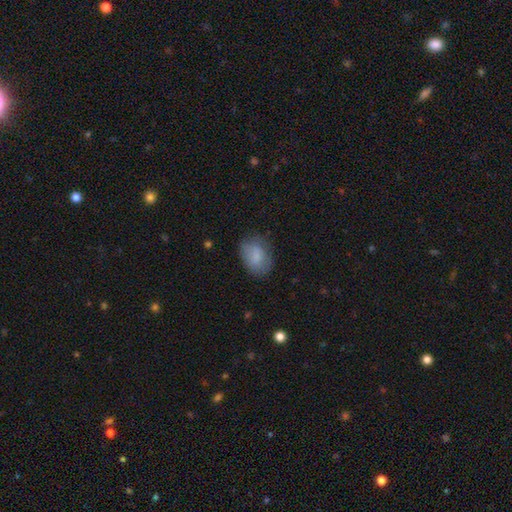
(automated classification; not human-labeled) Smooth or featured? Predicted: smooth (p=0.80). How rounded? Predicted: in between (p=0.78). Merging? Predicted: none (p=0.69).